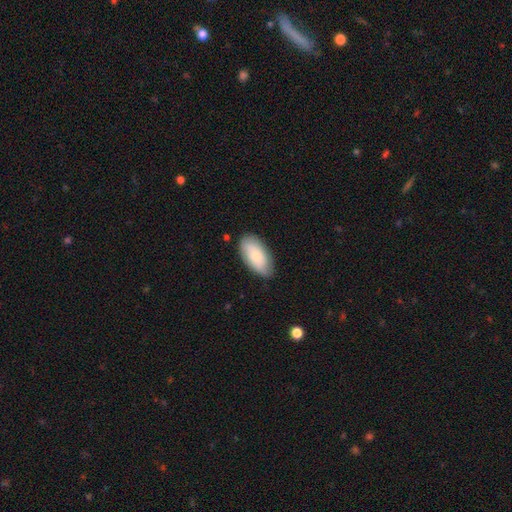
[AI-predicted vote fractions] The model was most divided on "smooth or featured": smooth: 77%, featured or disk: 17%, star or artifact: 6%. More confident: how rounded — in between (94%); merging — none (82%).